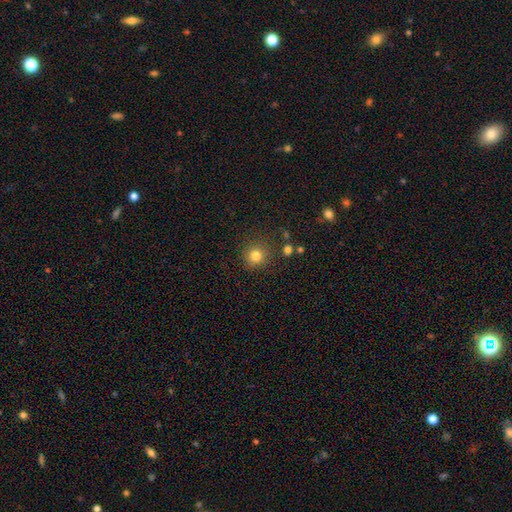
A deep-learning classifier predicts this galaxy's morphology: type=smooth (81%); roundness=round (91%); merging=none (85%).